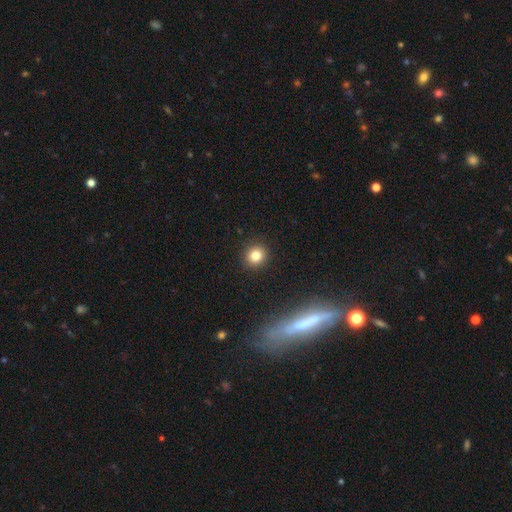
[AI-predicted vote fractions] Smooth or featured: smooth — 81% (star or artifact — 12%)
How rounded: round — 89% (in between — 10%)
Merging: none — 91% (minor disturbance — 6%)